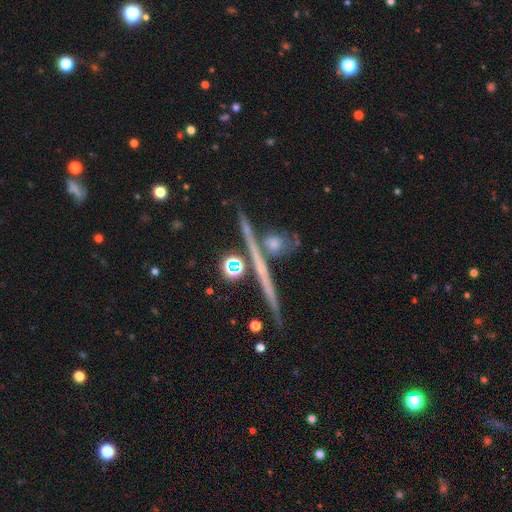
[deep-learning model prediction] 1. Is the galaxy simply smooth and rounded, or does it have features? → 42% star or artifact, 40% featured or disk, 18% smooth.